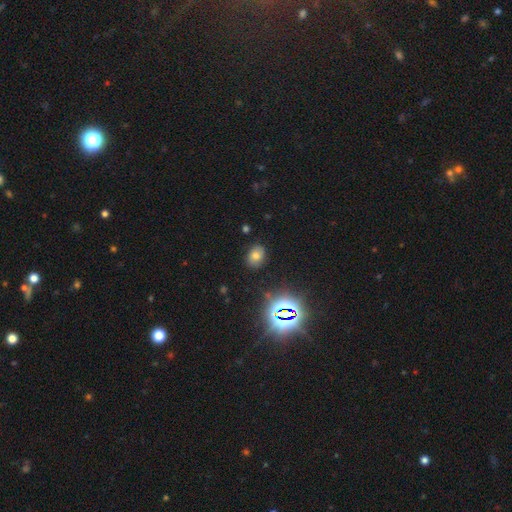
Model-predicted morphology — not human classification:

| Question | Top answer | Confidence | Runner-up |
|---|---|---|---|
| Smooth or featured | smooth | 64% | star or artifact (23%) |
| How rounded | in between | 64% | round (35%) |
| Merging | none | 84% | minor disturbance (11%) |